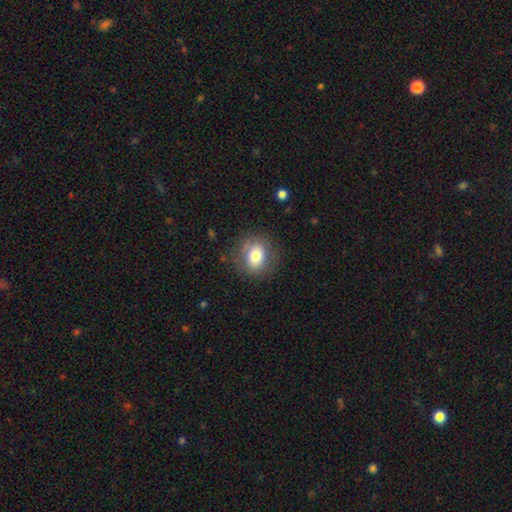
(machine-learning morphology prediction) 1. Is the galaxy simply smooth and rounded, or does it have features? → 74% smooth, 17% featured or disk, 9% star or artifact.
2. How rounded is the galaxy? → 58% round, 41% in between, 1% cigar-shaped.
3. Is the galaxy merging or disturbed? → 80% none, 13% minor disturbance, 5% major disturbance, 1% merger.